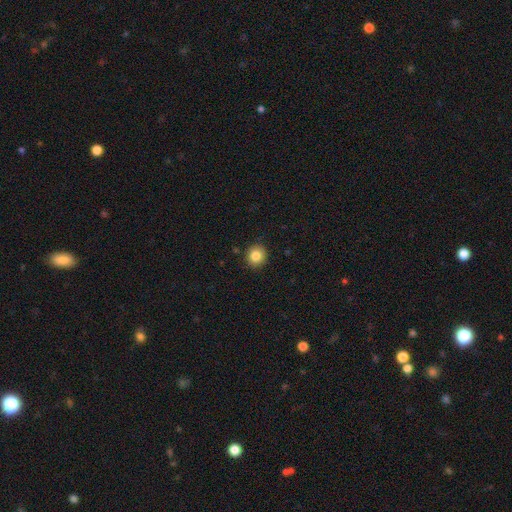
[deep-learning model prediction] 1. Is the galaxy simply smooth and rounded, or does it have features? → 83% smooth, 10% star or artifact, 7% featured or disk.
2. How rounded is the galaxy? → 87% round, 12% in between, 1% cigar-shaped.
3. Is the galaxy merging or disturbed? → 89% none, 8% minor disturbance, 2% major disturbance, 1% merger.